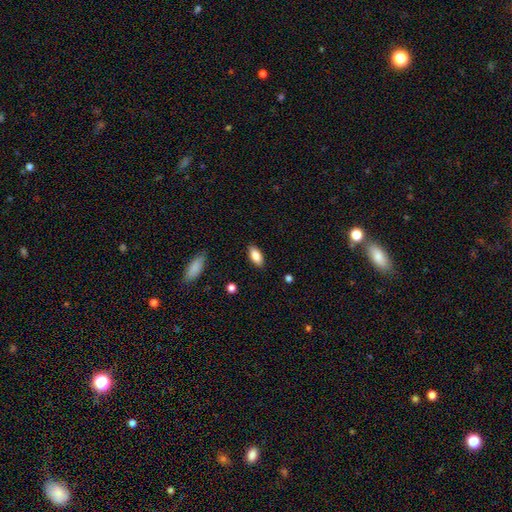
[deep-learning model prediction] smooth_or_featured: smooth (p=0.85) [alt: featured or disk p=0.08]
how_rounded: in between (p=0.88) [alt: cigar-shaped p=0.09]
merging: none (p=0.87) [alt: minor disturbance p=0.10]